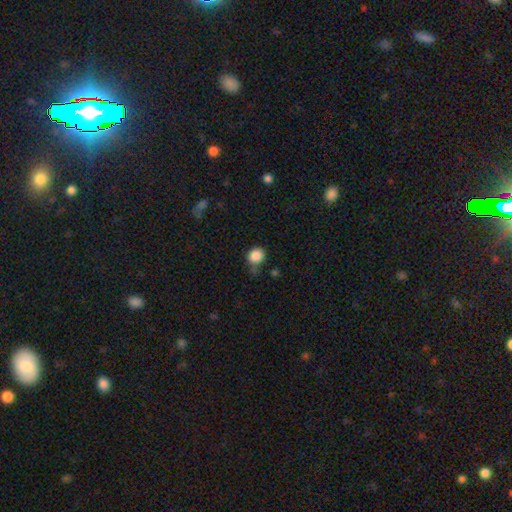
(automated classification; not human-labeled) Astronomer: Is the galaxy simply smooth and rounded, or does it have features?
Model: smooth — 87%.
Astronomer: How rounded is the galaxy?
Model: round — 82%.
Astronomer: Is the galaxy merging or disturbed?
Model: none — 69%.